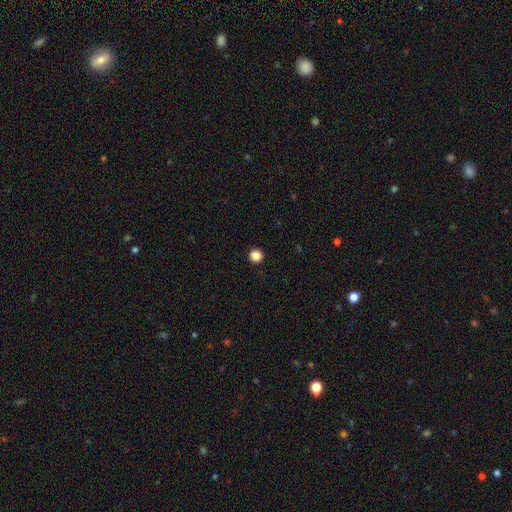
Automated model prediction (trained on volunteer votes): A smooth galaxy with no disk features (86%) that is round (95%). Merging: none (93%).